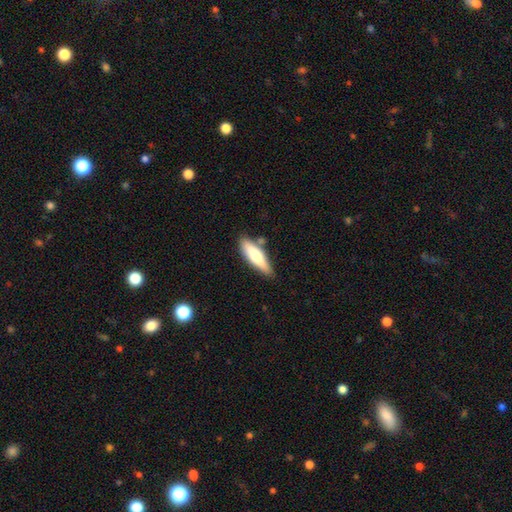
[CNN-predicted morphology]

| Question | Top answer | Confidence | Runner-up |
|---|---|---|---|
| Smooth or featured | smooth | 63% | featured or disk (31%) |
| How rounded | cigar-shaped | 57% | in between (42%) |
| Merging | none | 76% | minor disturbance (15%) |